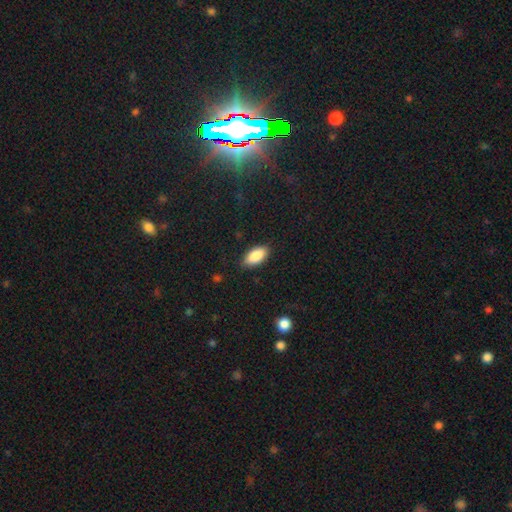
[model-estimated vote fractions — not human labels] smooth-or-featured: smooth: 88% | star or artifact: 6% | featured or disk: 6%
  how-rounded: in between: 92% | cigar-shaped: 5% | round: 3%
  merging: none: 85% | minor disturbance: 12% | major disturbance: 3% | merger: 1%